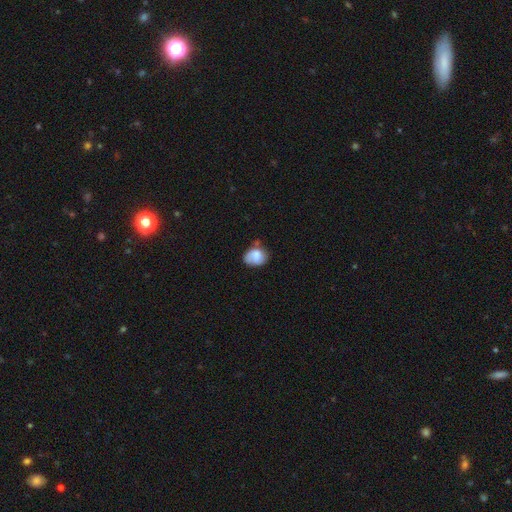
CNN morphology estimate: smooth 72%, featured or disk 20%, star or artifact 8%. Down the decision tree: how rounded — in between (58%); merging — none (47%).